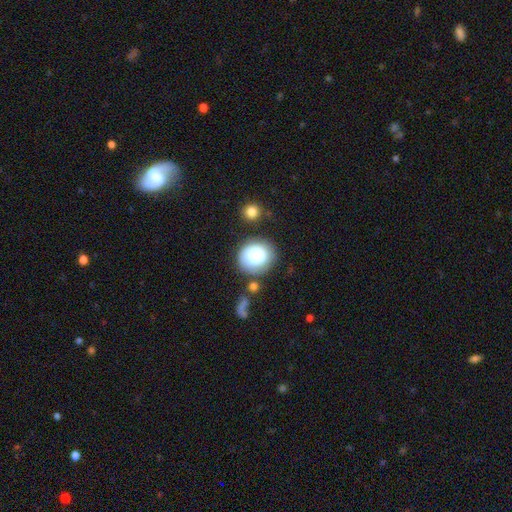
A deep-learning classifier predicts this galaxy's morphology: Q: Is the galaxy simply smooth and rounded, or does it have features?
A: smooth — 79%.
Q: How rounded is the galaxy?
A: round — 78%.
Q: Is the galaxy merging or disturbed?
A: none — 65%.